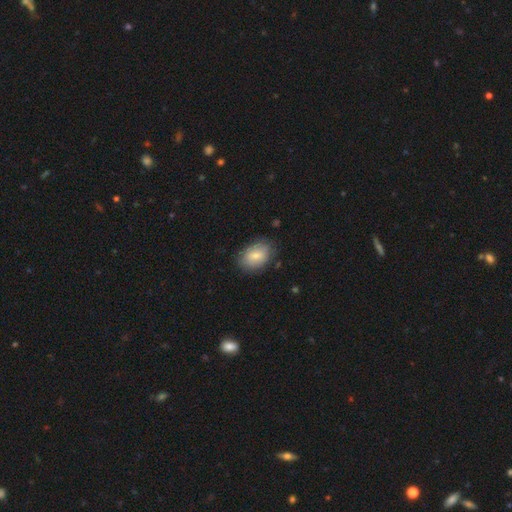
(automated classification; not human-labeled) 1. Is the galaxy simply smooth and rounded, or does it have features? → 76% smooth, 17% featured or disk, 7% star or artifact.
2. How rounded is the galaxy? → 82% in between, 17% round, 1% cigar-shaped.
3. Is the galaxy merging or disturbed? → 79% none, 16% minor disturbance, 4% major disturbance, 1% merger.